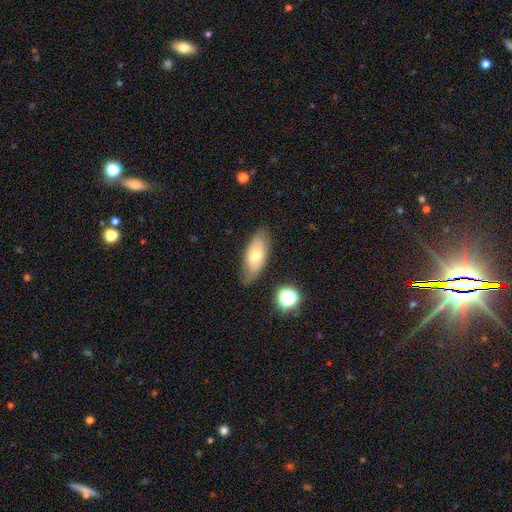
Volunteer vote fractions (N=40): smooth-or-featured: smooth: 65% | featured or disk: 28% | star or artifact: 8%
  how-rounded: in between: 77% | cigar-shaped: 23% | round: 0%
  merging: none: 76% | minor disturbance: 22% | major disturbance: 3% | merger: 0%